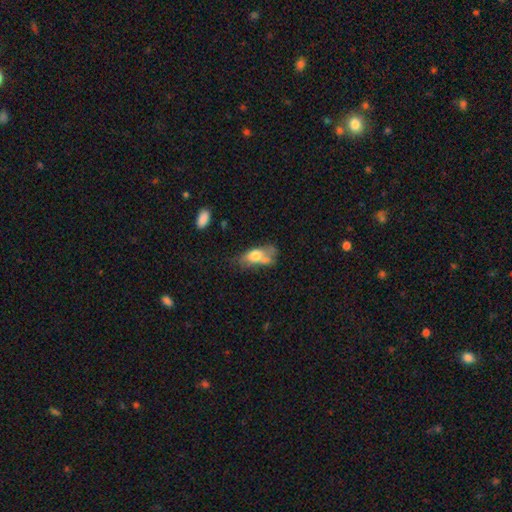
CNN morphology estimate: smooth-or-featured: smooth: 64% | featured or disk: 27% | star or artifact: 9%
  how-rounded: in between: 81% | cigar-shaped: 10% | round: 8%
  merging: merger: 36% | none: 26% | minor disturbance: 20% | major disturbance: 18%